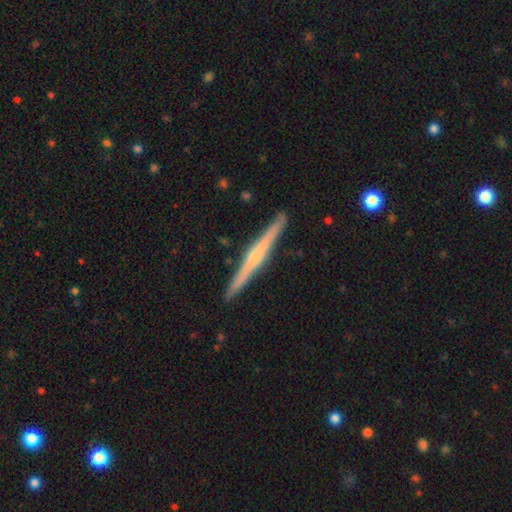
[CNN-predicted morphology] Overall: featured or disk (72%). Edge-on disk: yes (98%). Edge-on bulge: rounded (66%). Merging: none (92%).